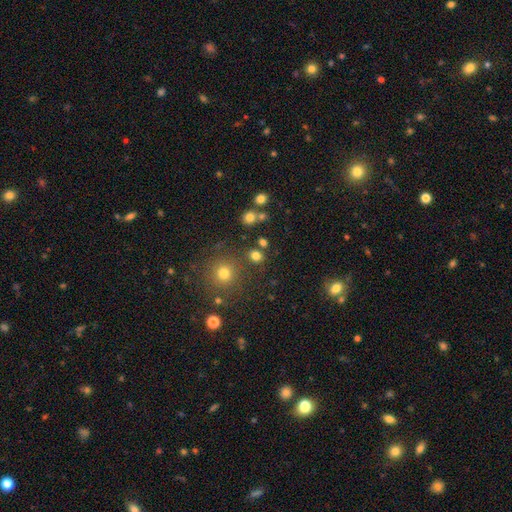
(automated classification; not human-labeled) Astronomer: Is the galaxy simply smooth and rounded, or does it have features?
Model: smooth — 75%.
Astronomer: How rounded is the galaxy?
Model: round — 70%.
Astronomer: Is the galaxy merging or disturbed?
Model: none — 76%.